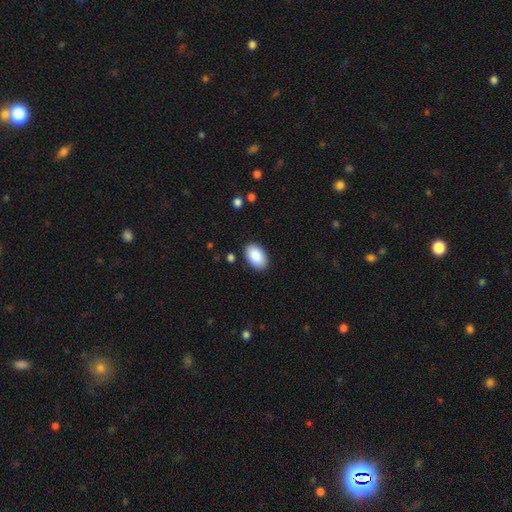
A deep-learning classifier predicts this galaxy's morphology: A smooth galaxy with no disk features (90%) that is in between round and cigar-shaped (94%).

Vote fractions:
- Smooth or featured? smooth: 90% / star or artifact: 6% / featured or disk: 4%
- How rounded? in between: 94% / round: 5% / cigar-shaped: 1%
- Merging? none: 88% / minor disturbance: 9% / major disturbance: 2% / merger: 1%